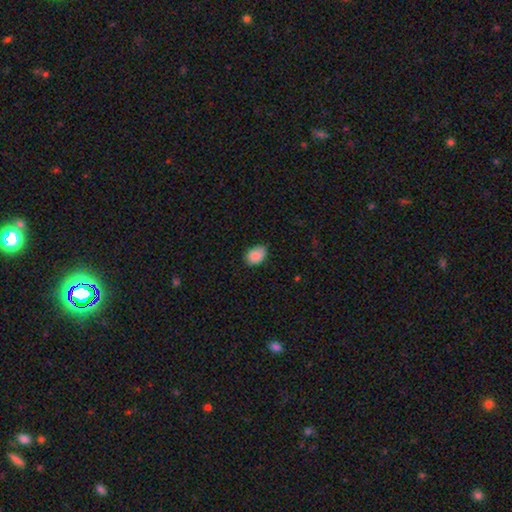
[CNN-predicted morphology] smooth_or_featured: smooth (p=0.88) [alt: star or artifact p=0.07]
how_rounded: in between (p=0.81) [alt: round p=0.18]
merging: none (p=0.80) [alt: minor disturbance p=0.16]